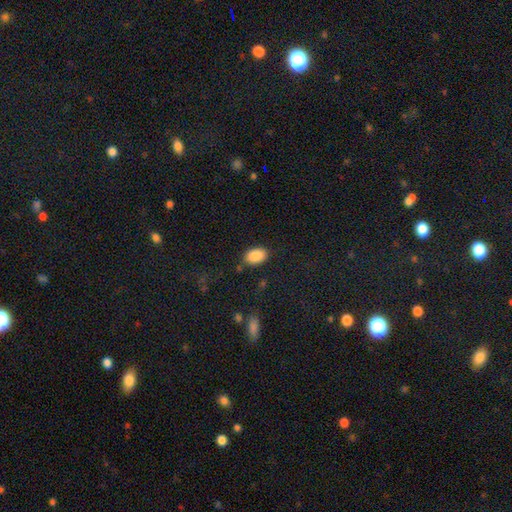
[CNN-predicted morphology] Smooth or featured?
  - smooth: 88% *
  - star or artifact: 7%
  - featured or disk: 4%
How rounded?
  - in between: 88% *
  - round: 11%
  - cigar-shaped: 1%
Merging?
  - none: 83% *
  - minor disturbance: 12%
  - major disturbance: 3%
  - merger: 2%